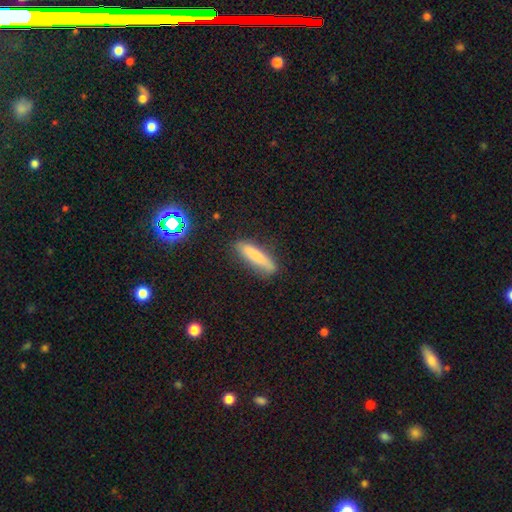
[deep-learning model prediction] Morphology: type=smooth (76%); roundness=cigar-shaped (83%); merging=none (82%).